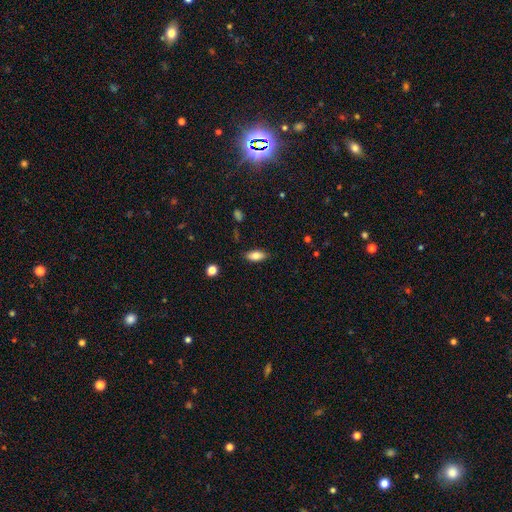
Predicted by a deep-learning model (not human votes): Smooth or featured? smooth (80%)
How rounded? in between (86%)
Merging? none (84%)